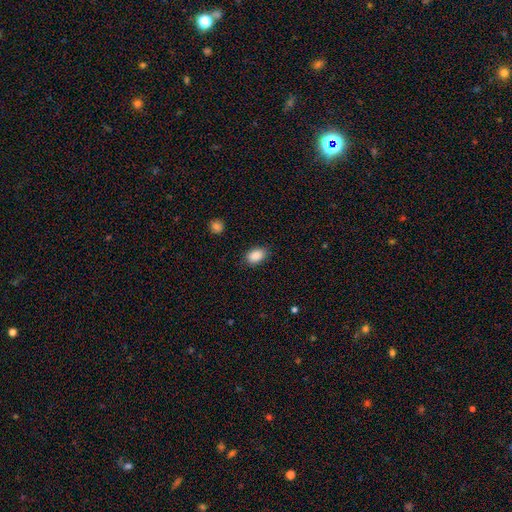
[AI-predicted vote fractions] Overall: smooth (89%). How rounded: in between (84%). Merging: none (82%).